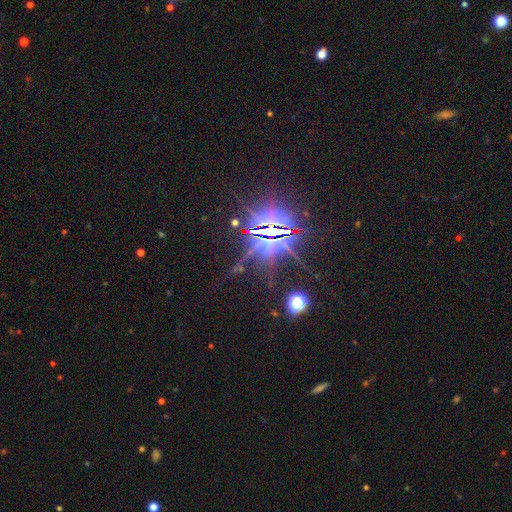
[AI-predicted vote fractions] Q: Smooth or featured?
A: star or artifact (84%); runner-up: featured or disk (10%)